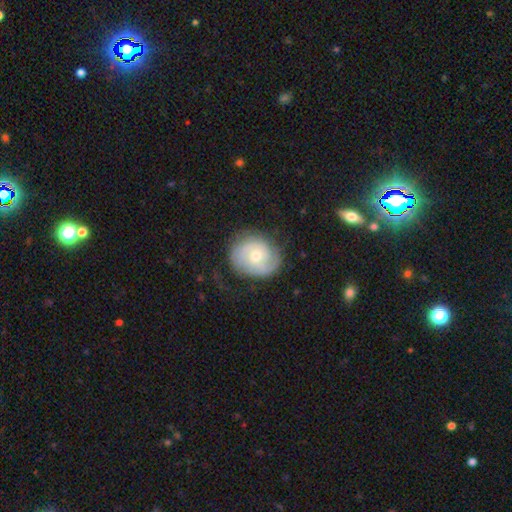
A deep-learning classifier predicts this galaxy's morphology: smooth-or-featured: featured or disk: 69% | smooth: 25% | star or artifact: 6%
  disk-edge-on: no: 97% | yes: 3%
    bar: no: 67% | weak: 28% | strong: 5%
    has-spiral-arms: yes: 89% | no: 11%
      spiral-winding: tight: 52% | medium: 35% | loose: 13%
      spiral-arm-count: 2: 60% | can't tell: 21% | 3: 8% | 1: 6% | 4: 2% | more than 4: 2%
    bulge-size: moderate: 58% | small: 38% | large: 2% | none: 1% | dominant: 1%
  merging: none: 72% | minor disturbance: 19% | major disturbance: 7% | merger: 1%